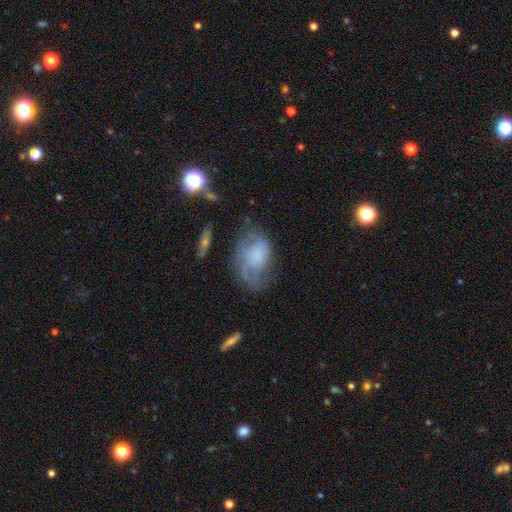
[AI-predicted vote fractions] Smooth or featured? Predicted: smooth (p=0.45, tied with featured or disk). Merging? Predicted: none (p=0.40).